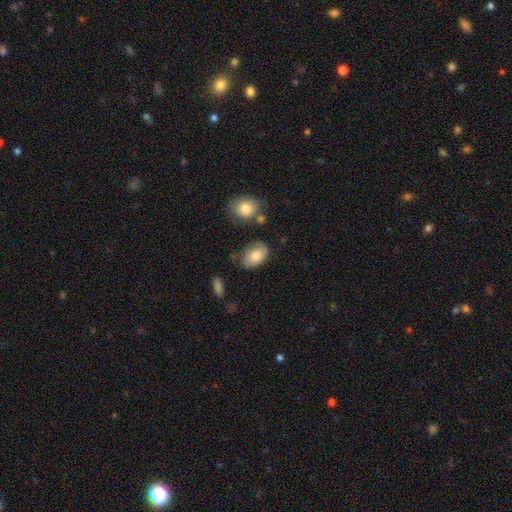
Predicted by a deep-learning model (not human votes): This appears to be a smooth galaxy with no disk features (83%) that is in between round and cigar-shaped (87%). Merging: none (67%).